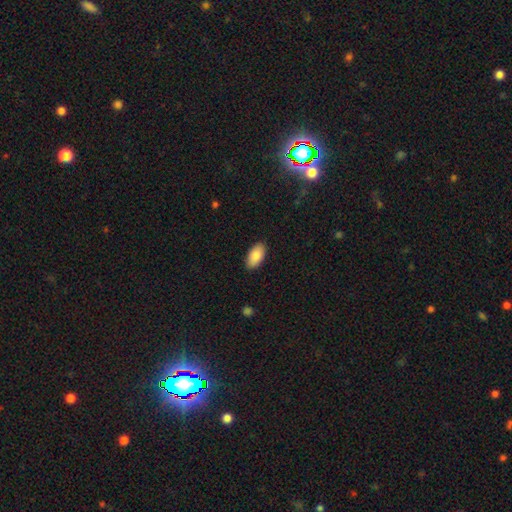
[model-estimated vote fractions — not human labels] Smooth or featured? smooth (87%)
How rounded? in between (95%)
Merging? none (88%)